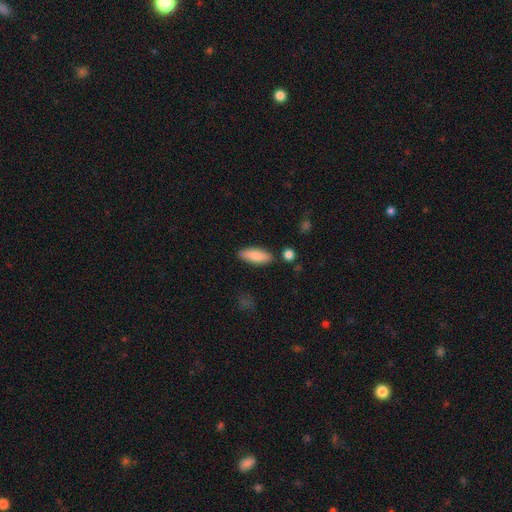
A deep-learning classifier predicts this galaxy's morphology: This appears to be a smooth galaxy with no disk features (85%) that is in between round and cigar-shaped (70%). Merging: none (84%).